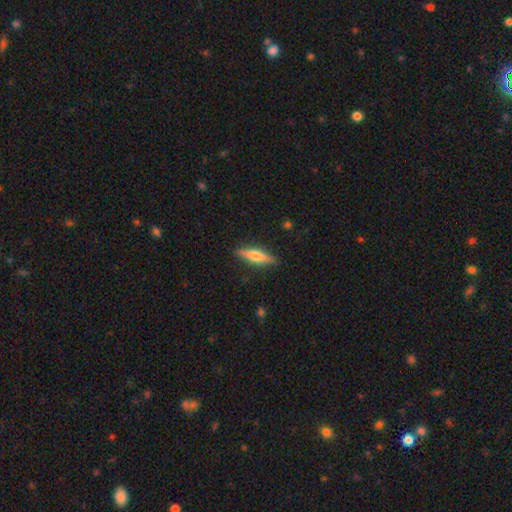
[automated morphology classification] Smooth or featured: smooth — 47% (tied with featured or disk — 47%)
Merging: none — 88% (minor disturbance — 9%)